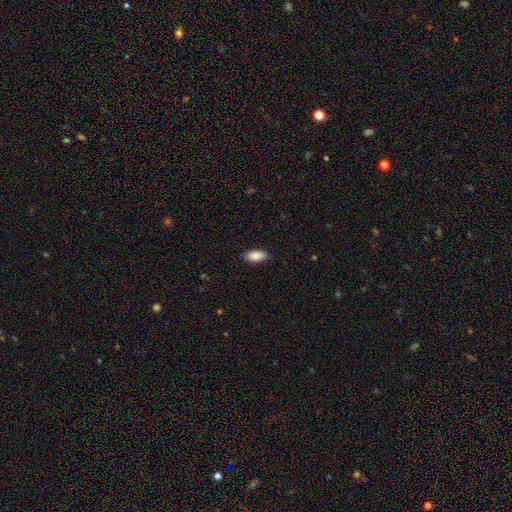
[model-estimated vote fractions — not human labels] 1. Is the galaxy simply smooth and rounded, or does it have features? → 90% smooth, 6% star or artifact, 4% featured or disk.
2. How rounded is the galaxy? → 92% in between, 6% cigar-shaped, 2% round.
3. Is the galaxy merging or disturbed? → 86% none, 11% minor disturbance, 2% major disturbance, 1% merger.